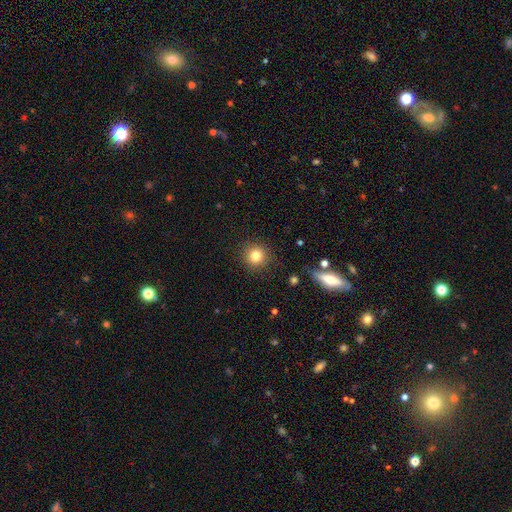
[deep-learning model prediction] A smooth galaxy with no disk features (81%) that is round (93%).

Vote fractions:
- Smooth or featured? smooth: 81% / star or artifact: 12% / featured or disk: 7%
- How rounded? round: 93% / in between: 6% / cigar-shaped: 1%
- Merging? none: 89% / minor disturbance: 7% / major disturbance: 2% / merger: 1%